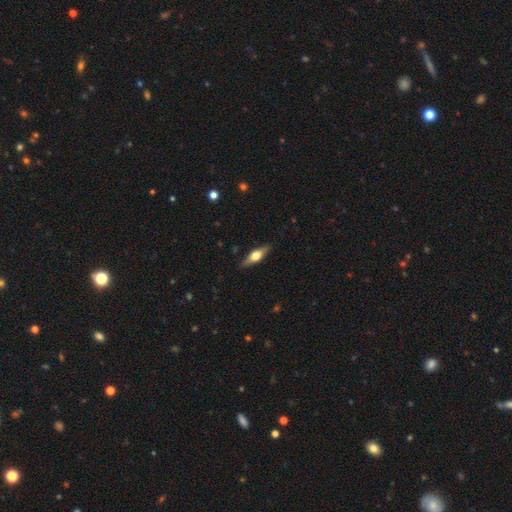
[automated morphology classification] This appears to be a featured or disk galaxy (54%) viewed edge-on (93%) with a rounded central bulge (93%). Merging: none (88%).